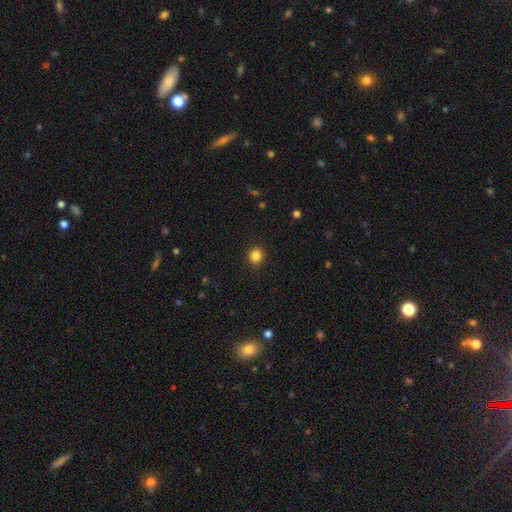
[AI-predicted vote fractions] Smooth or featured: smooth — 84% (star or artifact — 12%)
How rounded: round — 88% (in between — 11%)
Merging: none — 89% (minor disturbance — 8%)